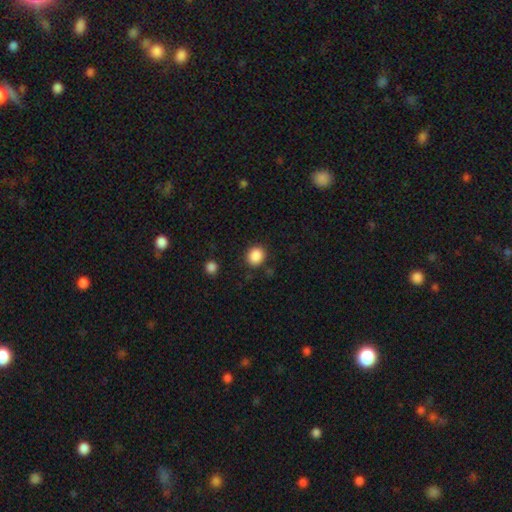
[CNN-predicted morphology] smooth-or-featured: smooth: 88% | star or artifact: 9% | featured or disk: 3%
  how-rounded: round: 76% | in between: 23% | cigar-shaped: 1%
  merging: none: 87% | minor disturbance: 8% | major disturbance: 3% | merger: 2%